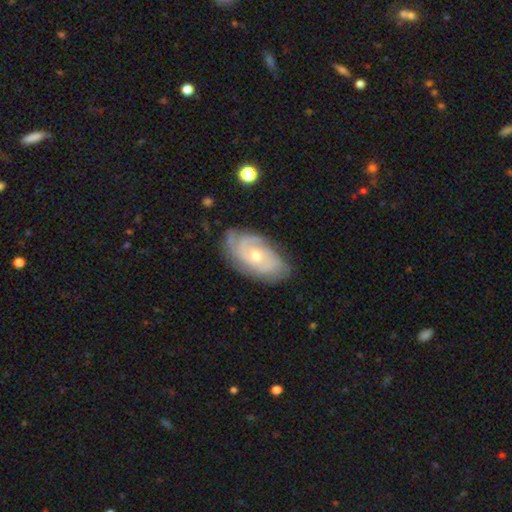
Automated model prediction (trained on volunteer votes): Smooth or featured?
  - featured or disk: 82% *
  - smooth: 12%
  - star or artifact: 6%
Edge-on disk?
  - no: 95% *
  - yes: 5%
Bar?
  - no: 74% *
  - weak: 22%
  - strong: 4%
Spiral arms?
  - yes: 95% *
  - no: 5%
Spiral winding?
  - tight: 67% *
  - medium: 26%
  - loose: 6%
Spiral arm count?
  - can't tell: 32% *
  - 3: 25%
  - 2: 24%
  - 4: 9%
  - 1: 5%
  - more than 4: 4%
Bulge size?
  - small: 55% *
  - moderate: 42%
  - large: 1%
  - none: 1%
  - dominant: 1%
Merging?
  - none: 73% *
  - minor disturbance: 20%
  - major disturbance: 6%
  - merger: 1%